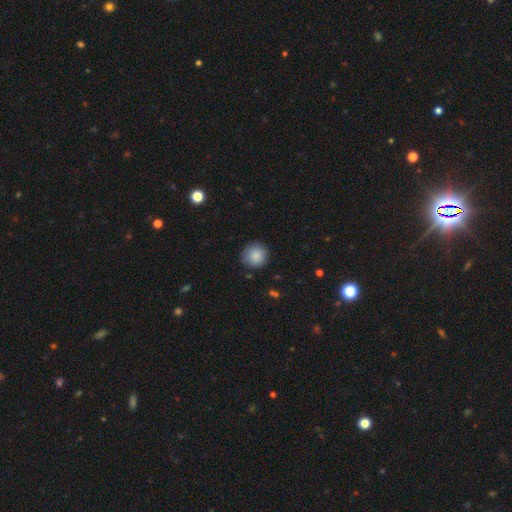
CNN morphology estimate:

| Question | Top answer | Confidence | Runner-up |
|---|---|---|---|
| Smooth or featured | smooth | 88% | star or artifact (8%) |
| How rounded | round | 93% | in between (6%) |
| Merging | none | 86% | minor disturbance (11%) |